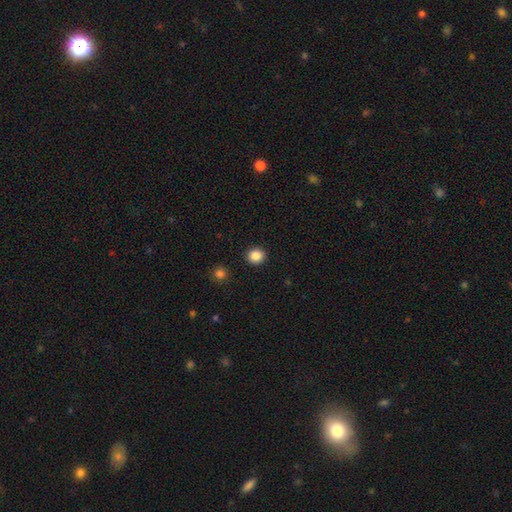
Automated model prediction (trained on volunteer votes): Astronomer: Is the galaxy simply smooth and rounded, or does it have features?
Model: smooth — 87%.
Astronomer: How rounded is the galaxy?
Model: round — 88%.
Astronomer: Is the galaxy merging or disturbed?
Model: none — 92%.